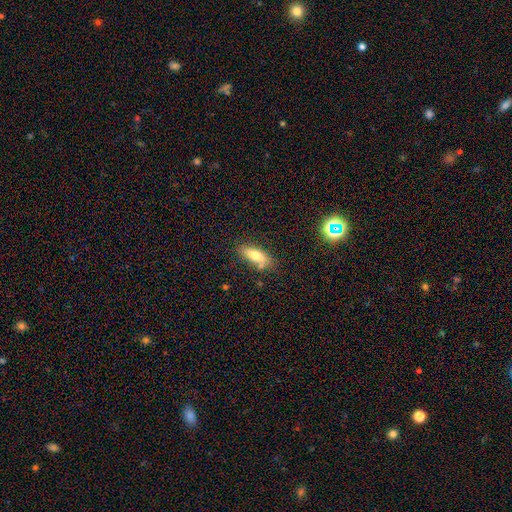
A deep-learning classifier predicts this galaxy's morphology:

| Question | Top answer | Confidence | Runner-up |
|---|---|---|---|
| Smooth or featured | smooth | 72% | featured or disk (19%) |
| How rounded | in between | 59% | cigar-shaped (38%) |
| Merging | none | 70% | minor disturbance (18%) |